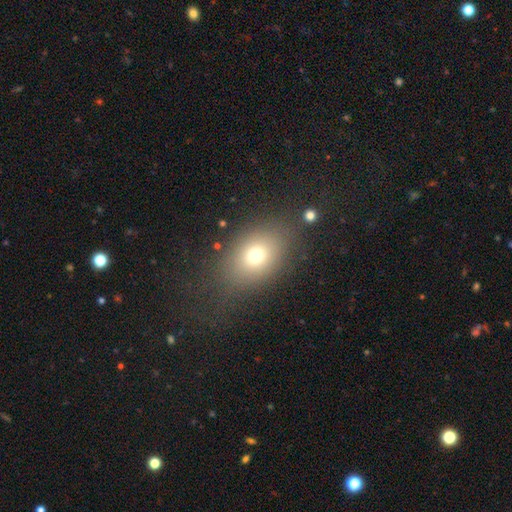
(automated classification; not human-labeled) A smooth galaxy with no disk features (70%) that is in between round and cigar-shaped (65%).

Vote fractions:
- Smooth or featured? smooth: 70% / star or artifact: 15% / featured or disk: 14%
- How rounded? in between: 65% / round: 34% / cigar-shaped: 2%
- Merging? none: 73% / minor disturbance: 14% / major disturbance: 10% / merger: 3%